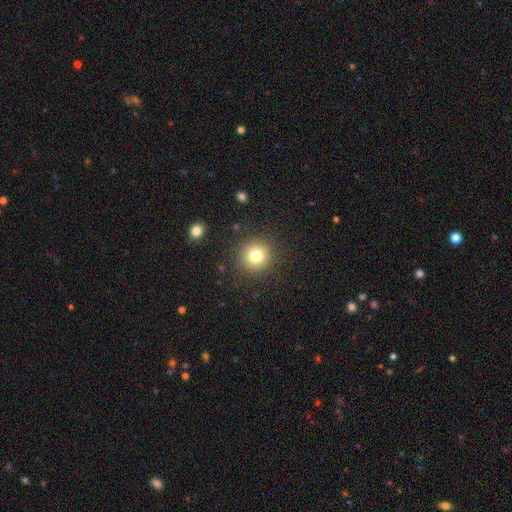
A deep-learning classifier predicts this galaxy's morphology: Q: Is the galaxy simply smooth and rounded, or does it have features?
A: smooth — 78%.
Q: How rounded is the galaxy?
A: round — 94%.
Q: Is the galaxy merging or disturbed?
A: none — 89%.